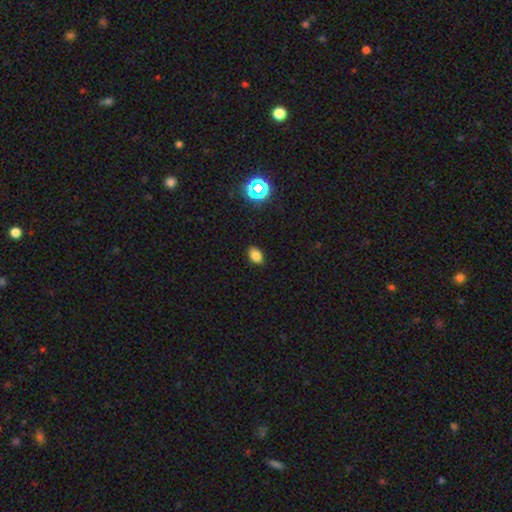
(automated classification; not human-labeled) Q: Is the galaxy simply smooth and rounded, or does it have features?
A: smooth — 80%.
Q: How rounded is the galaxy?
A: in between — 83%.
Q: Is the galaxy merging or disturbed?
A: none — 88%.